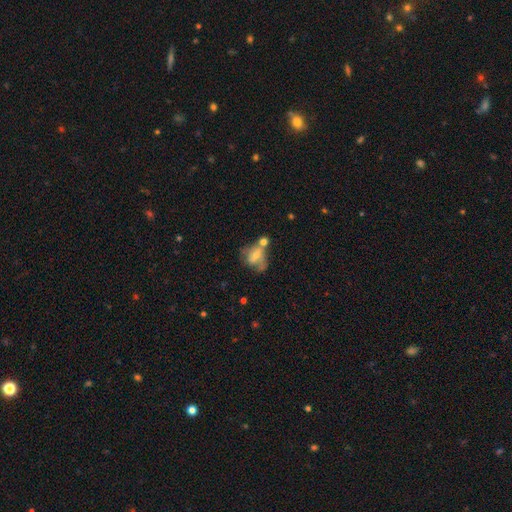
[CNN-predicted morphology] Q: Smooth or featured?
A: smooth (45%); tied with: featured or disk (45%)
Q: Merging?
A: merger (36%); runner-up: none (26%)